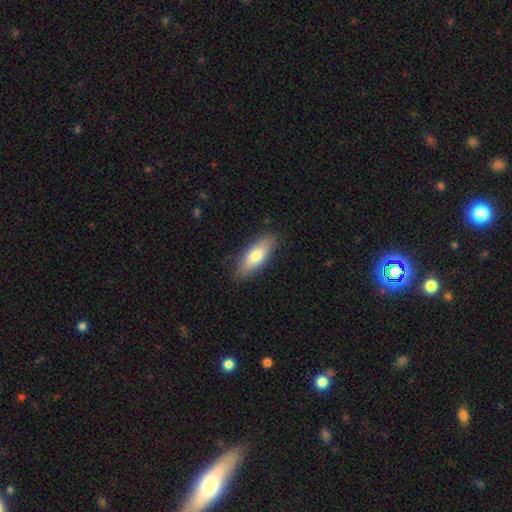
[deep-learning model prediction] This appears to be a smooth galaxy with no disk features (76%) that is in between round and cigar-shaped (69%). Merging: none (86%).